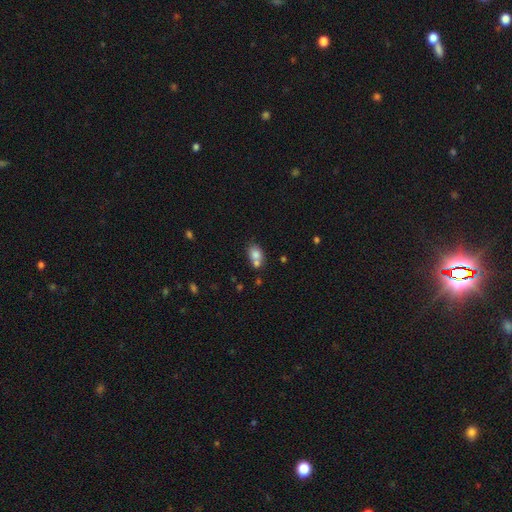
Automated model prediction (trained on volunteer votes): Overall: smooth (76%). How rounded: in between (61%; round 38%). Merging: merger (43%; none 40%).